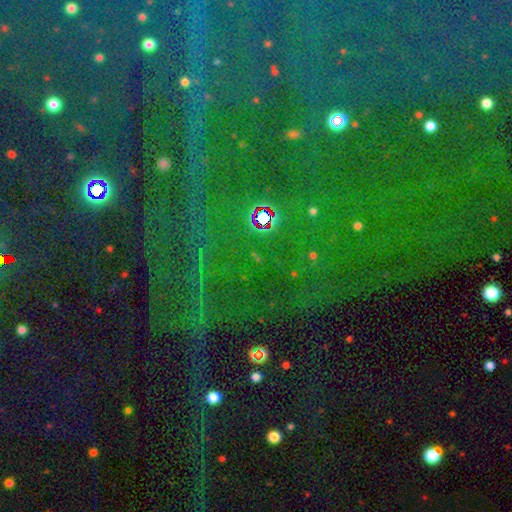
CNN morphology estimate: A star or artifact, not a galaxy (84%).

Vote fractions:
- Smooth or featured? star or artifact: 84% / featured or disk: 8% / smooth: 8%